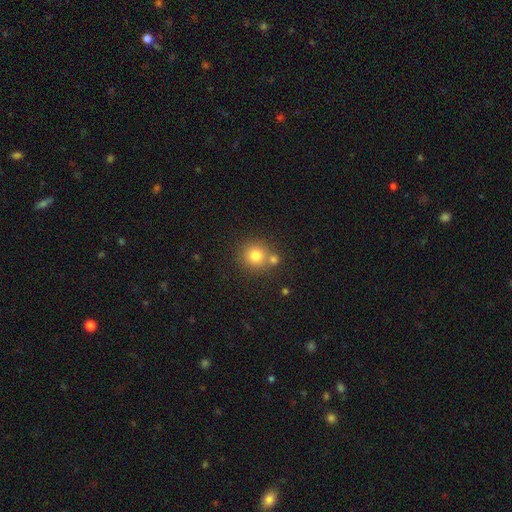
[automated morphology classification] A smooth galaxy with no disk features (79%) that is round (90%). Merging: none (66%).